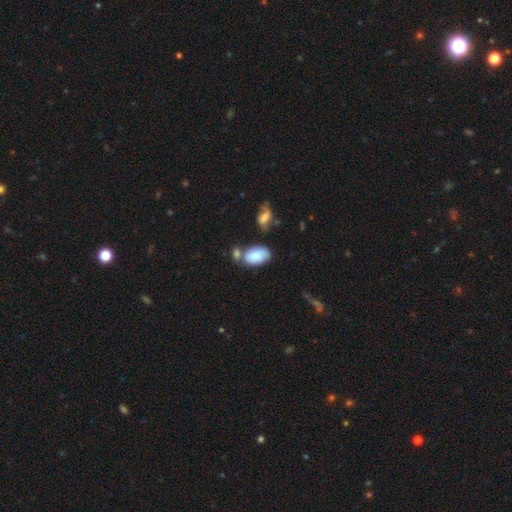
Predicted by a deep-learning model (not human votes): Overall: smooth (78%). How rounded: in between (93%). Merging: none (43%; merger 27%).